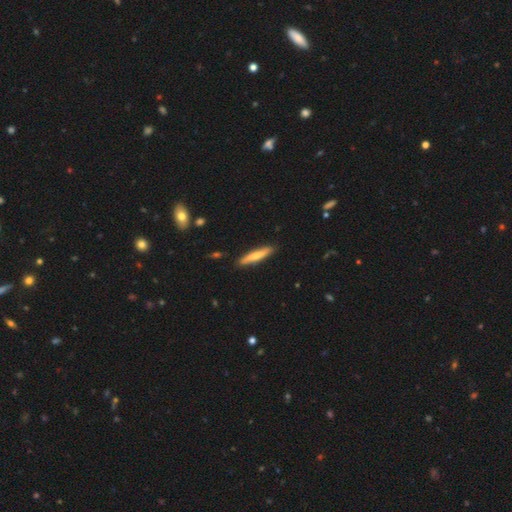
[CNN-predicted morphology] smooth-or-featured: smooth: 66% | featured or disk: 29% | star or artifact: 5%
  how-rounded: cigar-shaped: 90% | in between: 8% | round: 1%
  merging: none: 87% | minor disturbance: 10% | major disturbance: 2% | merger: 2%